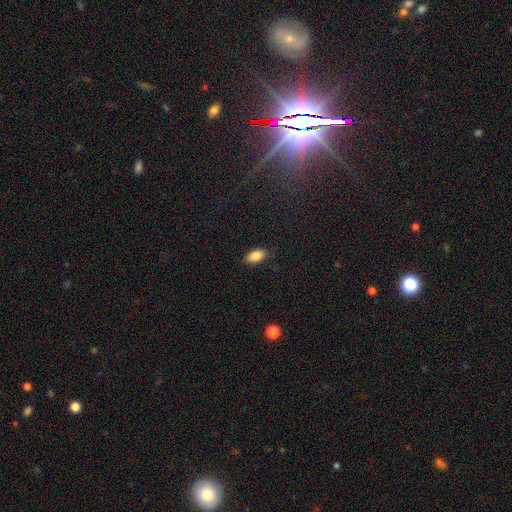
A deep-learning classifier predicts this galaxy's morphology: Smooth or featured: smooth — 86% (star or artifact — 8%)
How rounded: in between — 92% (round — 5%)
Merging: none — 85% (minor disturbance — 11%)